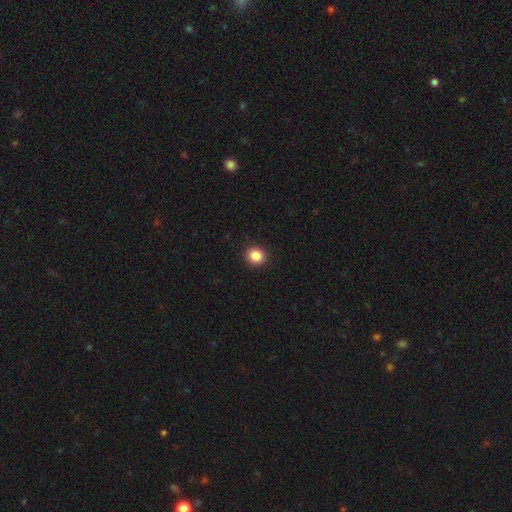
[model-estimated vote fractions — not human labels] Smooth or featured: smooth — 86% (star or artifact — 10%)
How rounded: round — 84% (in between — 16%)
Merging: none — 92% (minor disturbance — 6%)